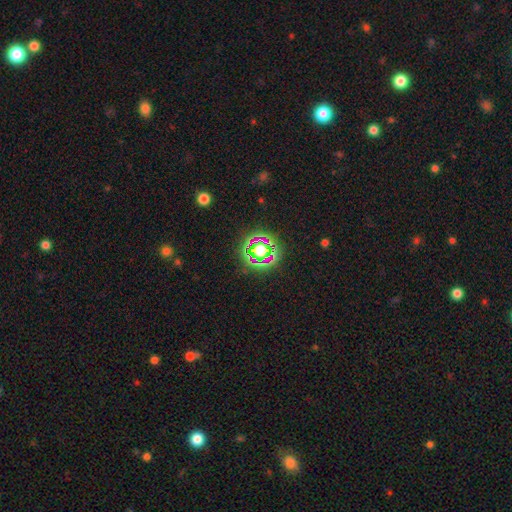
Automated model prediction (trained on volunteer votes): smooth-or-featured: star or artifact: 70% | smooth: 20% | featured or disk: 11%